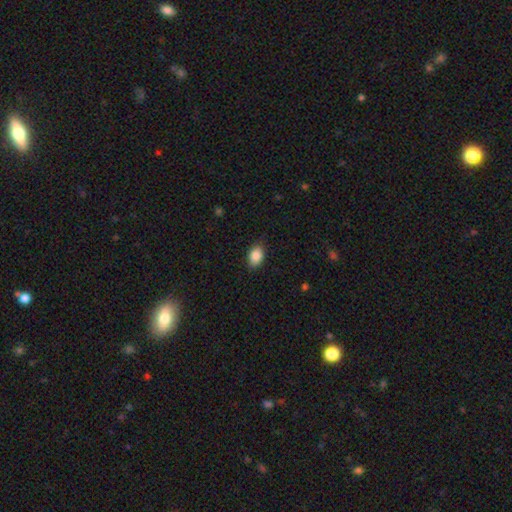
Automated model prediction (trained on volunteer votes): Q: Smooth or featured?
A: smooth (87%); runner-up: star or artifact (8%)
Q: How rounded?
A: in between (84%); runner-up: round (15%)
Q: Merging?
A: none (83%); runner-up: minor disturbance (14%)